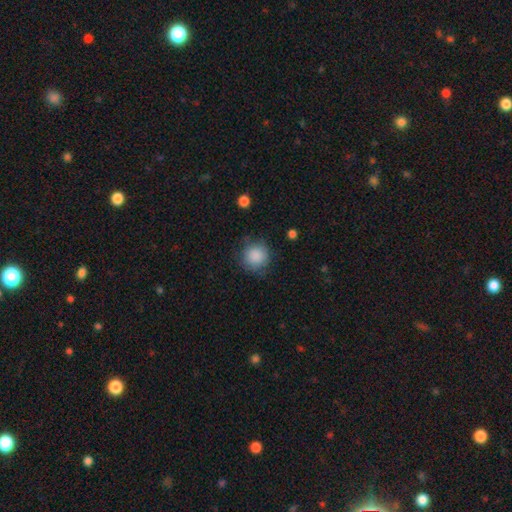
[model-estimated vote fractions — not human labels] This appears to be a smooth galaxy with no disk features (87%) that is round (92%). Merging: none (80%).